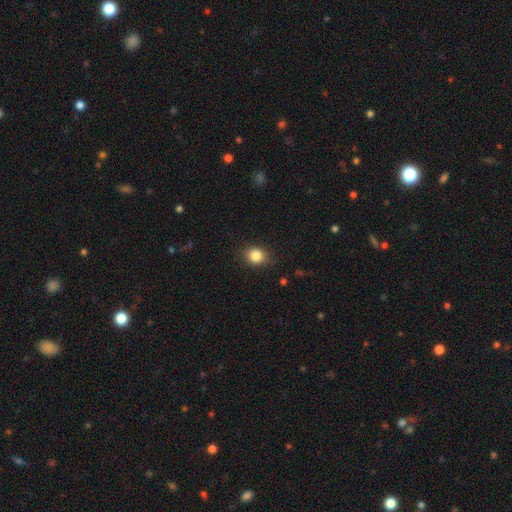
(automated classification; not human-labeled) smooth_or_featured: smooth (p=0.84) [alt: star or artifact p=0.10]
how_rounded: round (p=0.64) [alt: in between p=0.35]
merging: none (p=0.84) [alt: minor disturbance p=0.12]